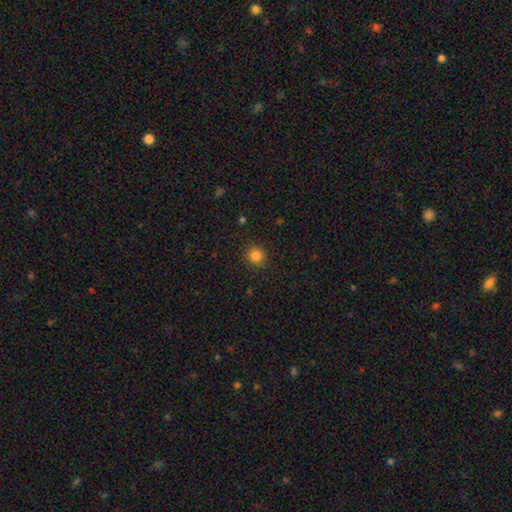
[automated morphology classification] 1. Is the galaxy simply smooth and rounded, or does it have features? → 84% smooth, 12% star or artifact, 4% featured or disk.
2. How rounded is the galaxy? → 92% round, 7% in between, 1% cigar-shaped.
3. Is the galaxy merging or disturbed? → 91% none, 6% minor disturbance, 2% major disturbance, 1% merger.